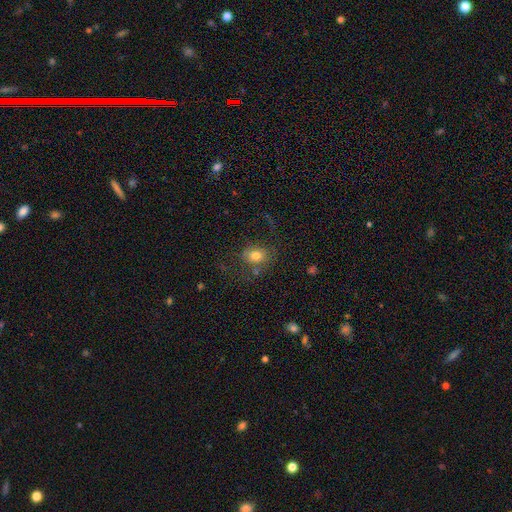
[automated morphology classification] Smooth or featured: smooth — 75% (featured or disk — 13%)
How rounded: round — 50% (in between — 48%)
Merging: none — 62% (minor disturbance — 19%)